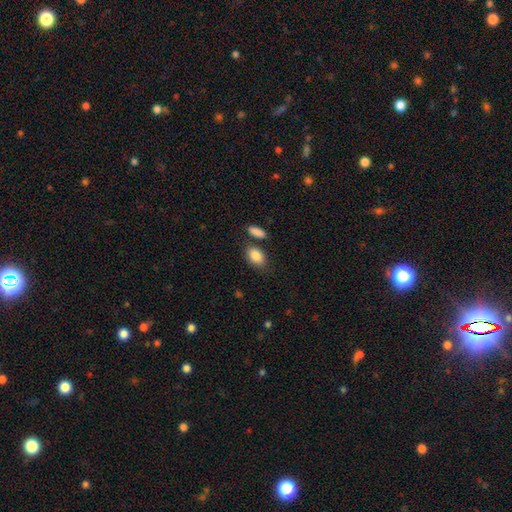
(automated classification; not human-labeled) Smooth or featured? smooth (87%)
How rounded? in between (87%)
Merging? none (72%)